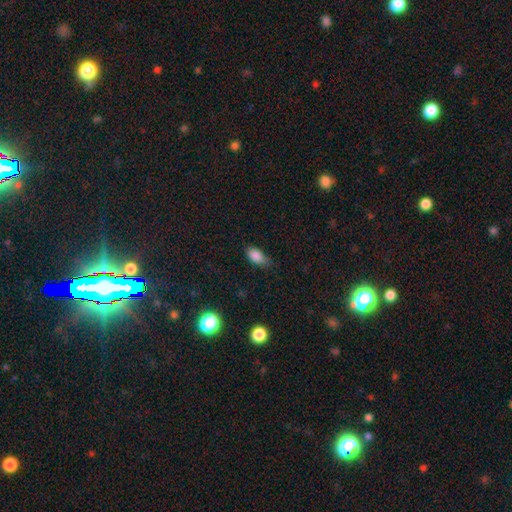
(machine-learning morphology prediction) smooth-or-featured: smooth: 85% | star or artifact: 10% | featured or disk: 5%
  how-rounded: in between: 88% | round: 7% | cigar-shaped: 5%
  merging: none: 54% | minor disturbance: 36% | major disturbance: 8% | merger: 2%